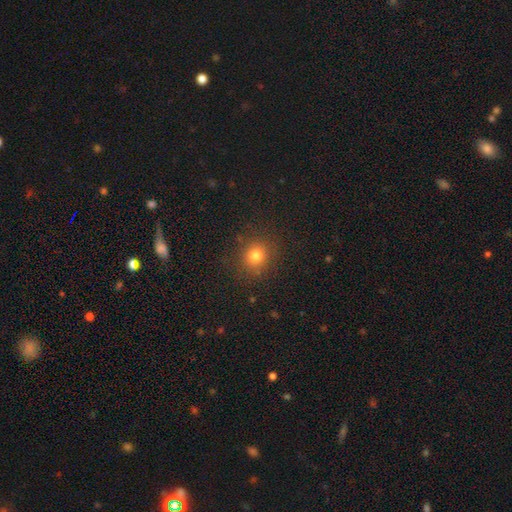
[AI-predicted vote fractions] smooth_or_featured: smooth (p=0.79) [alt: star or artifact p=0.14]
how_rounded: round (p=0.84) [alt: in between p=0.15]
merging: none (p=0.87) [alt: minor disturbance p=0.08]